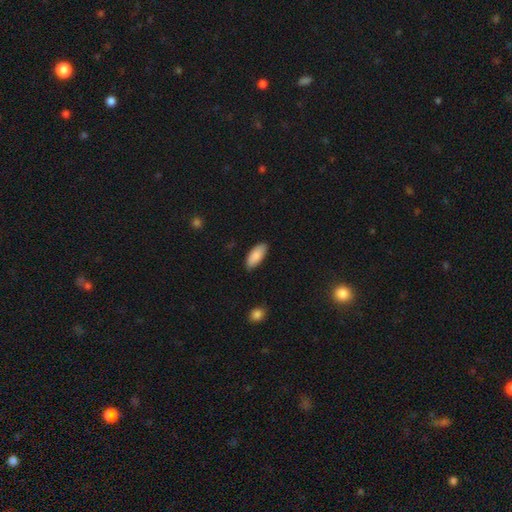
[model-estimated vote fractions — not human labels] This is clearly a smooth galaxy (88%). How rounded: clearly in between (87%). Merging: clearly none (87%).